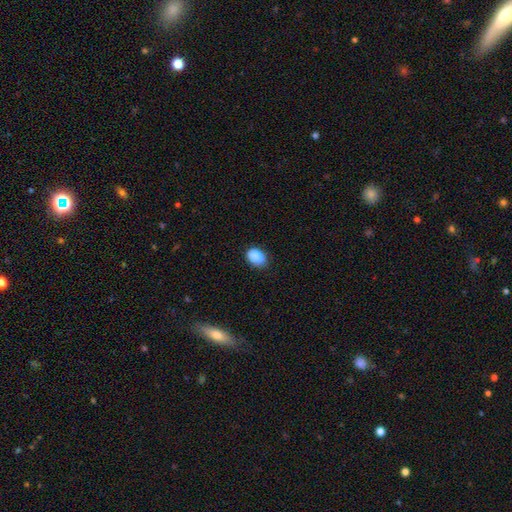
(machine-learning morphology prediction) type=smooth (80%); roundness=in between (76%); merging=none (50%).